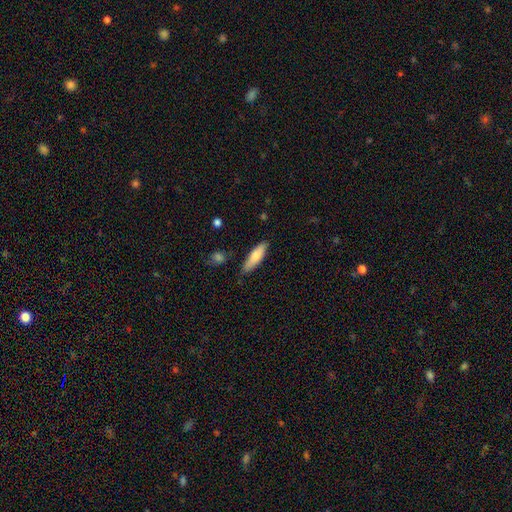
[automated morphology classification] A smooth galaxy with no disk features (74%) that is cigar-shaped (55%).

Vote fractions:
- Smooth or featured? smooth: 74% / featured or disk: 20% / star or artifact: 6%
- How rounded? cigar-shaped: 55% / in between: 43% / round: 2%
- Merging? none: 81% / minor disturbance: 14% / major disturbance: 3% / merger: 2%